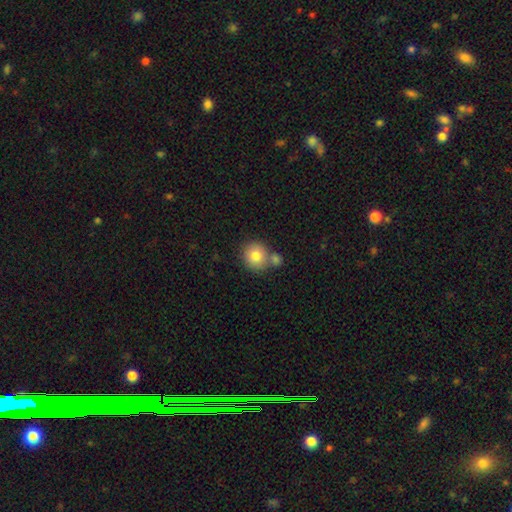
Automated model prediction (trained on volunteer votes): Smooth or featured?
  - smooth: 79% *
  - featured or disk: 11%
  - star or artifact: 10%
How rounded?
  - round: 89% *
  - in between: 10%
  - cigar-shaped: 1%
Merging?
  - none: 59% *
  - merger: 28%
  - minor disturbance: 10%
  - major disturbance: 3%